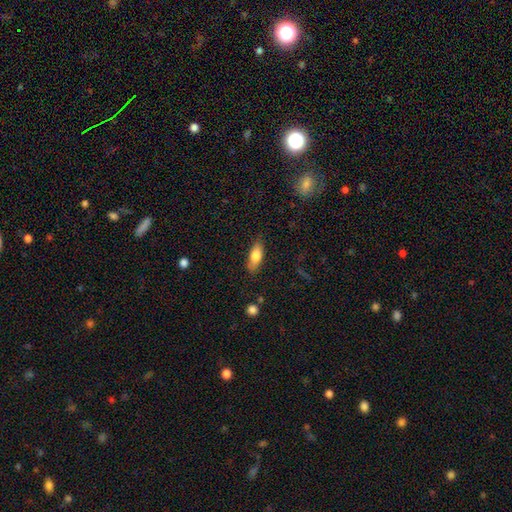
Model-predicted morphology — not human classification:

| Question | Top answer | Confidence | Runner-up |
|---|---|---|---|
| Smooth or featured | smooth | 76% | featured or disk (18%) |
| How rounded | in between | 70% | cigar-shaped (27%) |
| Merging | none | 82% | minor disturbance (14%) |